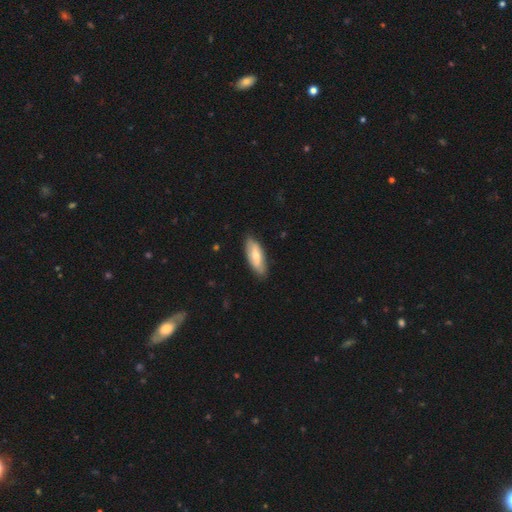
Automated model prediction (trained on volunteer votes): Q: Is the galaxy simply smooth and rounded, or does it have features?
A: smooth — 59%.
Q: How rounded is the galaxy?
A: in between — 74%.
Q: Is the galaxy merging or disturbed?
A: none — 82%.